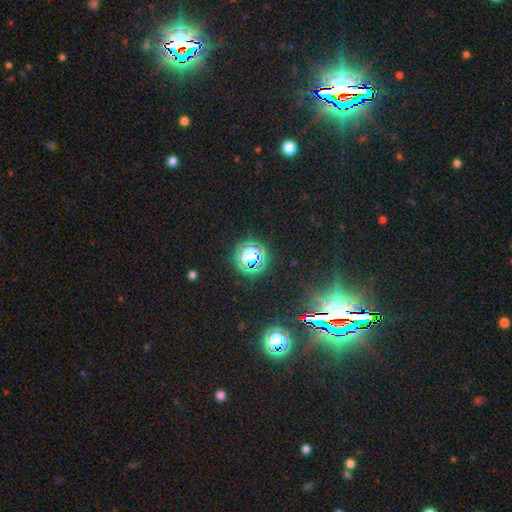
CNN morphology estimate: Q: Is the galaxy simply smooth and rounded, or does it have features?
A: star or artifact — 70%.